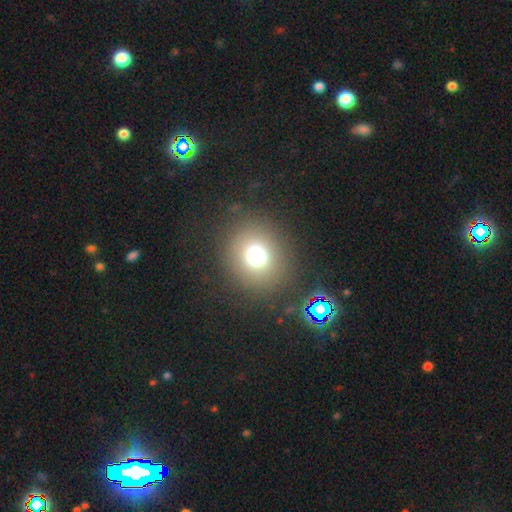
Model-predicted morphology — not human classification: type=smooth (74%); roundness=round (83%); merging=none (85%).